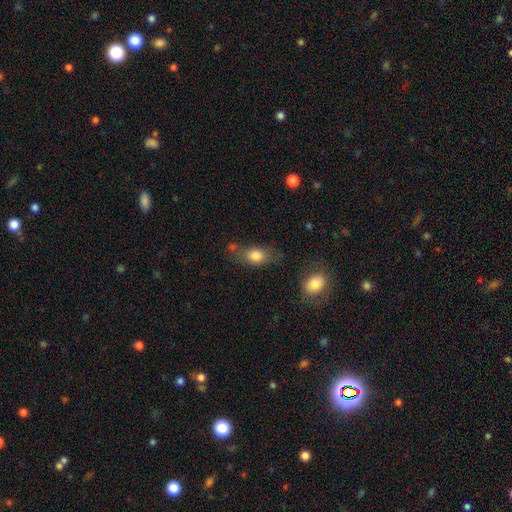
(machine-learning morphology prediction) smooth_or_featured: smooth (p=0.78) [alt: featured or disk p=0.13]
how_rounded: in between (p=0.73) [alt: round p=0.19]
merging: none (p=0.58) [alt: minor disturbance p=0.23]